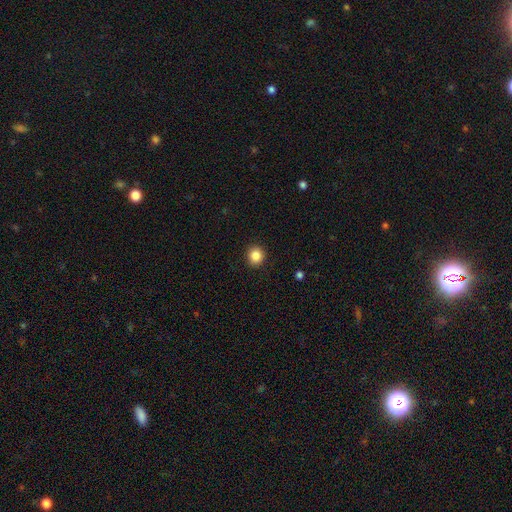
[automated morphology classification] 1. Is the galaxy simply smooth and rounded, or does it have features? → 86% smooth, 10% star or artifact, 4% featured or disk.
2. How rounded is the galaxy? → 88% round, 11% in between, 1% cigar-shaped.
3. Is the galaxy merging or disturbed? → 92% none, 5% minor disturbance, 2% major disturbance, 1% merger.